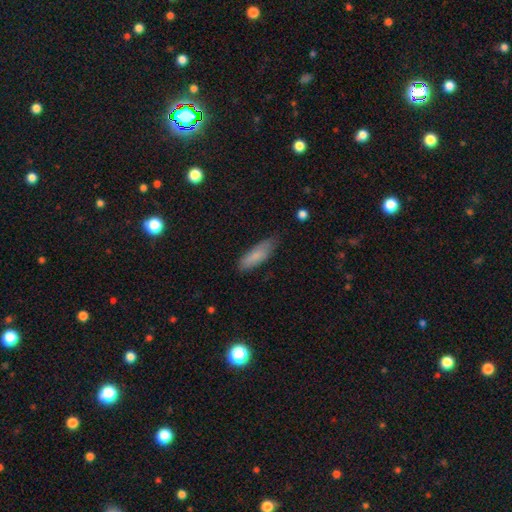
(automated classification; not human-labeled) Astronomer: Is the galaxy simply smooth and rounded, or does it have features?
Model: smooth — 82%.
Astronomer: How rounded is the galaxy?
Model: cigar-shaped — 49%, tied with in between at 49%.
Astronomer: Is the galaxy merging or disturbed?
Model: none — 73%.